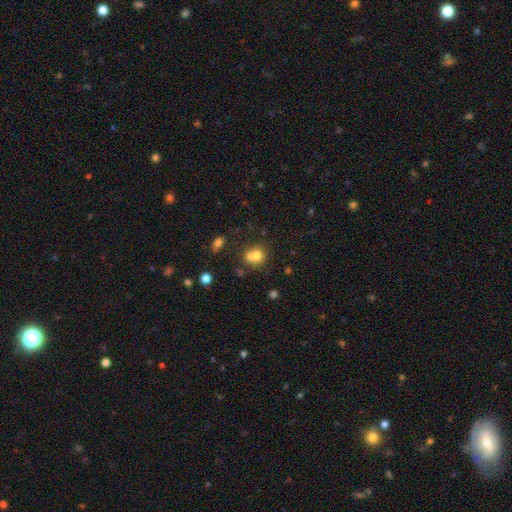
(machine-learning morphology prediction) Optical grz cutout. It shows a smooth galaxy with no disk features (72%) that is round (77%). Merging: merger (47%).